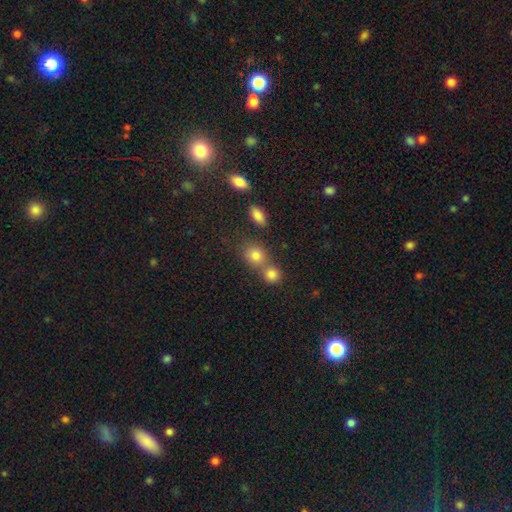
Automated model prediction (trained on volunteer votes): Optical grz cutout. It shows a smooth galaxy with no disk features (79%) that is round (74%). Merging: none (49%).